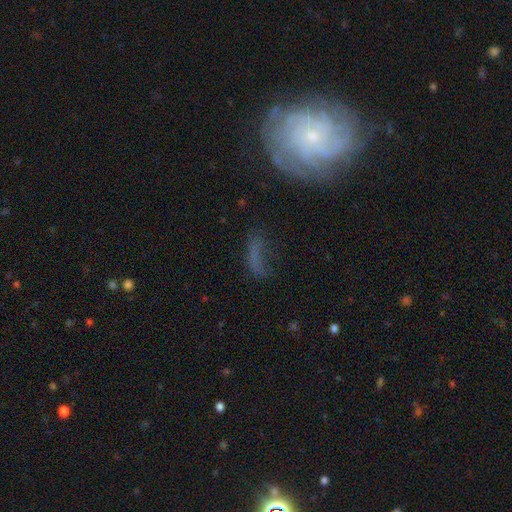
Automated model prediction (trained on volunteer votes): Smooth or featured? Predicted: featured or disk (p=0.48). Merging? Predicted: none (p=0.53).